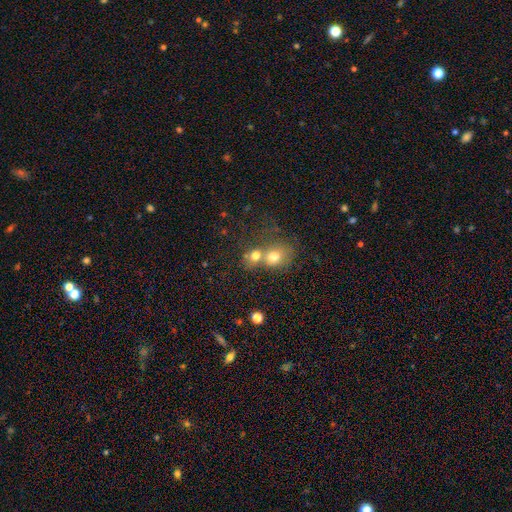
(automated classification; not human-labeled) Smooth or featured?
  - smooth: 73% *
  - featured or disk: 14%
  - star or artifact: 13%
How rounded?
  - round: 70% *
  - in between: 29%
  - cigar-shaped: 1%
Merging?
  - merger: 62% *
  - none: 28%
  - minor disturbance: 6%
  - major disturbance: 4%